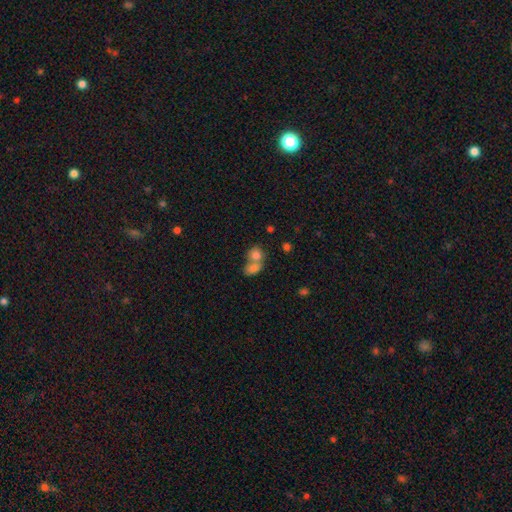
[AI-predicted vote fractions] Morphology: type=smooth (79%); roundness=round (58%); merging=merger (63%).